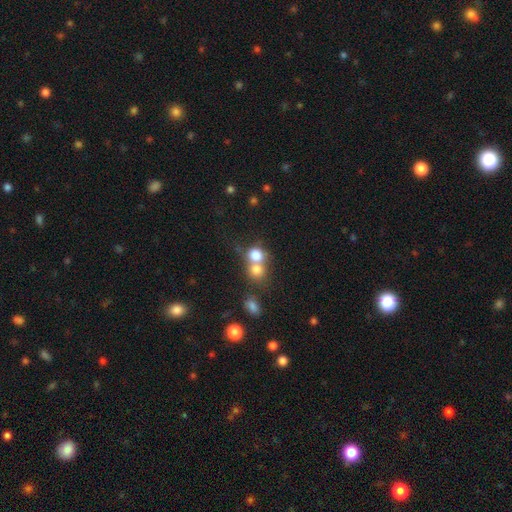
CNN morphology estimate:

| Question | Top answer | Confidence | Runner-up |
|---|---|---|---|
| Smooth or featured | smooth | 77% | star or artifact (12%) |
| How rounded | round | 75% | in between (23%) |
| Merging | merger | 57% | none (31%) |